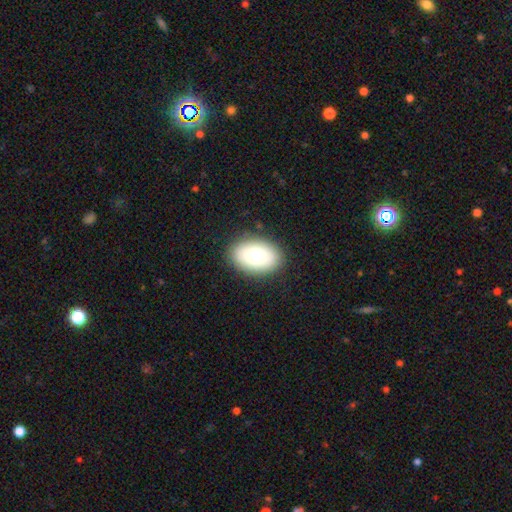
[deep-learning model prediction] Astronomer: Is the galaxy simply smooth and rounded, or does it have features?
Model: smooth — 76%.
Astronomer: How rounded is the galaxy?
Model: in between — 87%.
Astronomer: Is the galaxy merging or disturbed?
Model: none — 88%.